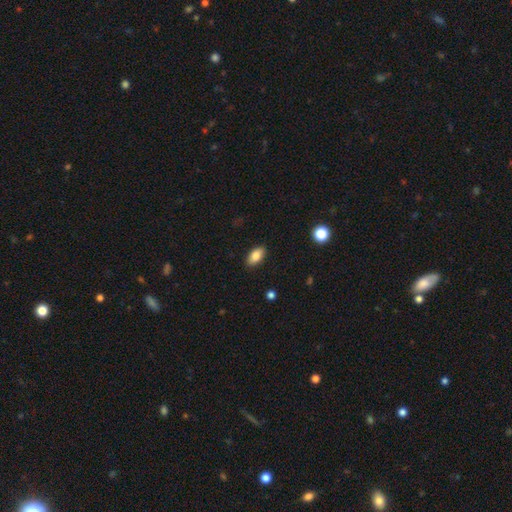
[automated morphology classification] Q: Smooth or featured?
A: smooth (84%); runner-up: featured or disk (8%)
Q: How rounded?
A: in between (91%); runner-up: cigar-shaped (4%)
Q: Merging?
A: none (88%); runner-up: minor disturbance (9%)